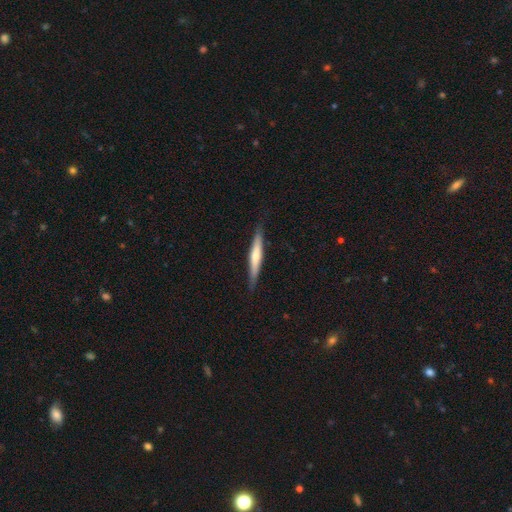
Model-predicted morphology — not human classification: Overall: smooth (50%; featured or disk 45%). How rounded: cigar-shaped (94%). Merging: none (86%).